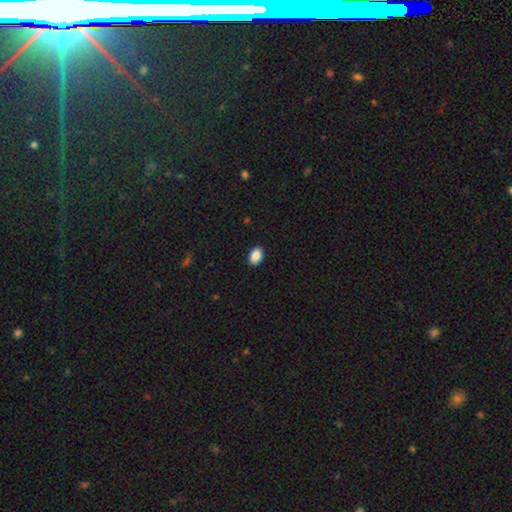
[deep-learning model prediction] Smooth or featured: smooth — 90% (star or artifact — 8%)
How rounded: in between — 87% (round — 11%)
Merging: none — 90% (minor disturbance — 7%)